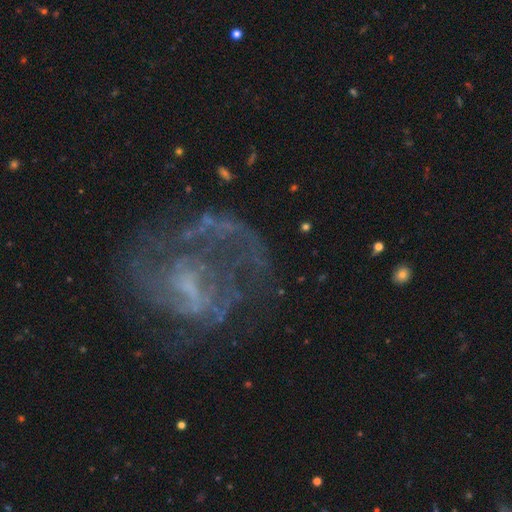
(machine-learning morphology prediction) Smooth or featured? Predicted: featured or disk (p=0.77). Edge-on disk? Predicted: no (p=0.98). Bar? Predicted: weak (p=0.46). Spiral arms? Predicted: yes (p=0.77). Spiral winding? Predicted: medium (p=0.43). Spiral arm count? Predicted: 2 (p=0.34). Bulge size? Predicted: small (p=0.44). Merging? Predicted: none (p=0.48).